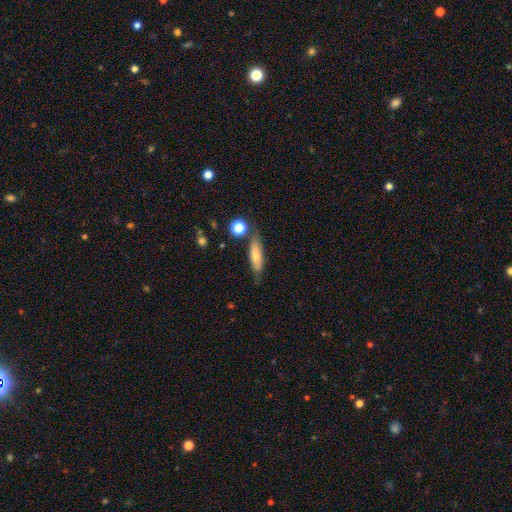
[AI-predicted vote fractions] A smooth galaxy with no disk features (66%) that is cigar-shaped (59%).

Vote fractions:
- Smooth or featured? smooth: 66% / featured or disk: 27% / star or artifact: 8%
- How rounded? cigar-shaped: 59% / in between: 38% / round: 3%
- Merging? none: 74% / minor disturbance: 16% / merger: 6% / major disturbance: 4%